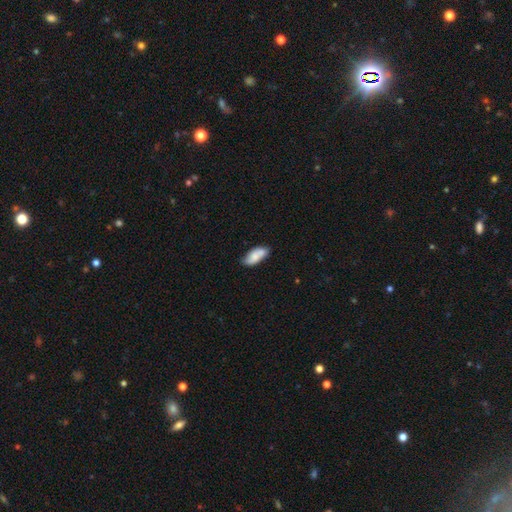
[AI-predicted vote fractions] smooth 71%, featured or disk 22%, star or artifact 7%. Down the decision tree: how rounded — in between (85%); merging — none (64%).